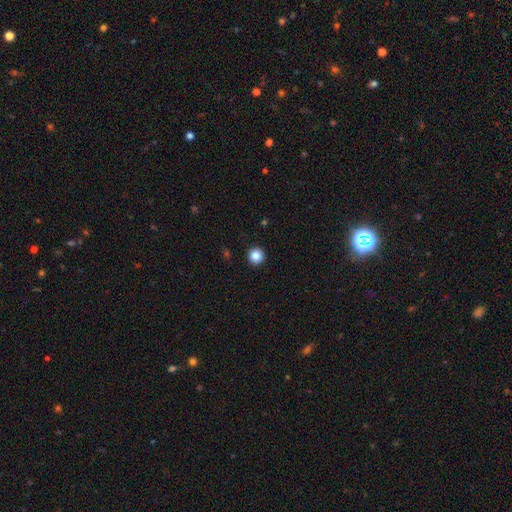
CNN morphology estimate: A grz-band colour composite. It shows a smooth galaxy with no disk features (86%) that is round (95%). Merging: none (93%).